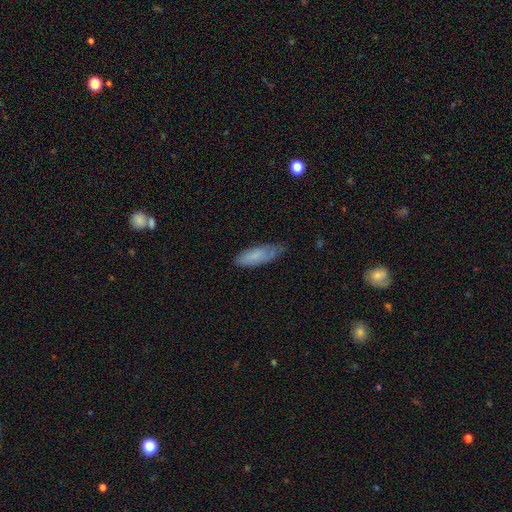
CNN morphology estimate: smooth-or-featured: smooth: 76% | featured or disk: 17% | star or artifact: 7%
  how-rounded: in between: 54% | cigar-shaped: 44% | round: 2%
  merging: none: 54% | minor disturbance: 36% | major disturbance: 8% | merger: 2%